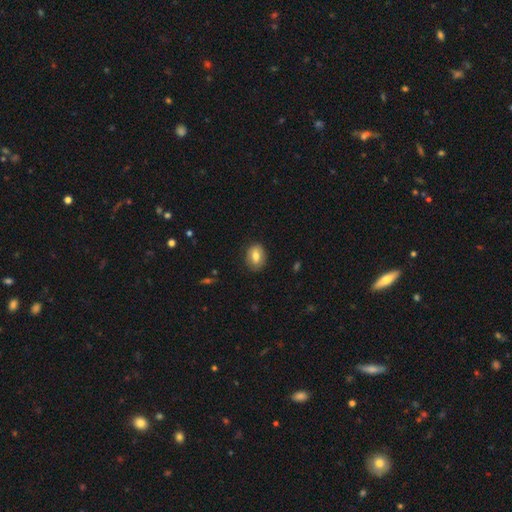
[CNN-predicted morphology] Overall: smooth (74%). How rounded: in between (70%). Merging: none (84%).